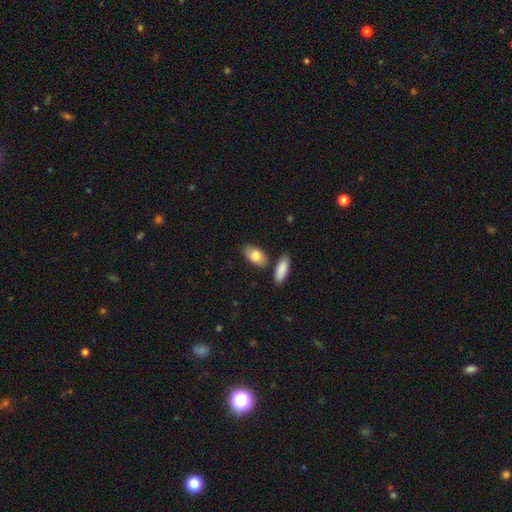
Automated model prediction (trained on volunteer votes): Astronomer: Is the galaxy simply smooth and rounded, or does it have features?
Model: smooth — 82%.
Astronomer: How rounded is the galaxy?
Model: in between — 91%.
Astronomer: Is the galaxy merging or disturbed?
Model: none — 74%.